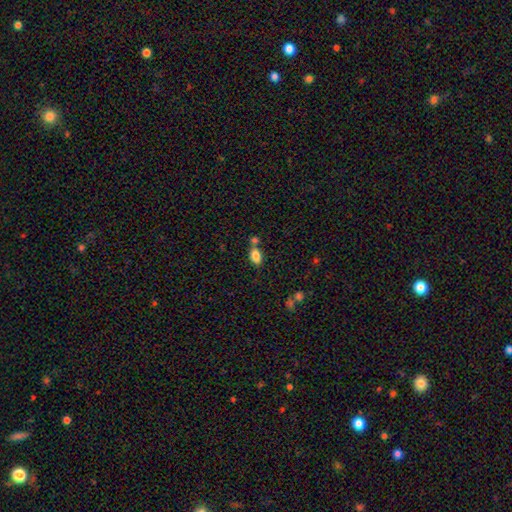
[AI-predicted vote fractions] Smooth or featured?
  - smooth: 85% *
  - star or artifact: 9%
  - featured or disk: 7%
How rounded?
  - in between: 89% *
  - round: 9%
  - cigar-shaped: 2%
Merging?
  - none: 60% *
  - merger: 25%
  - minor disturbance: 12%
  - major disturbance: 3%